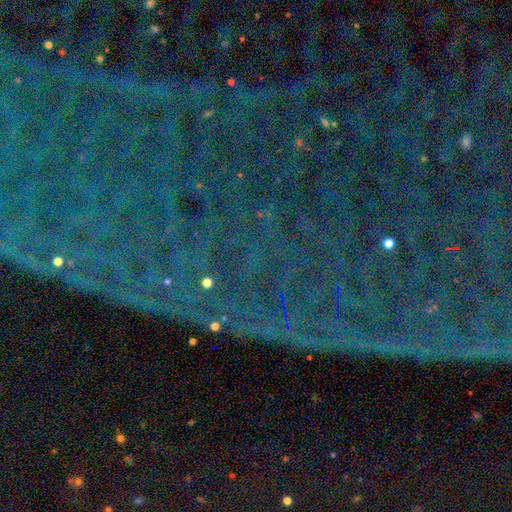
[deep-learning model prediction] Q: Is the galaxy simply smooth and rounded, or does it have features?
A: star or artifact — 86%.